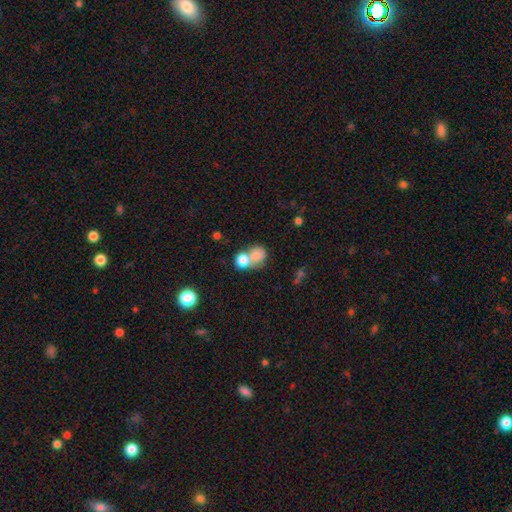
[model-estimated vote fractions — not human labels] smooth 78%, featured or disk 11%, star or artifact 11%. Down the decision tree: how rounded — round (66%); merging — merger (55%).